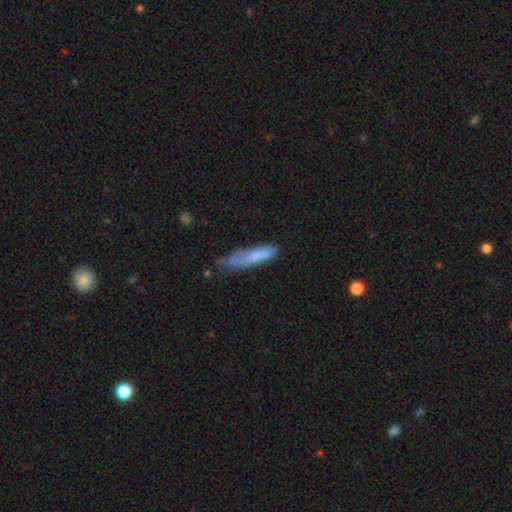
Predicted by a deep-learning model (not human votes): smooth 68%, featured or disk 24%, star or artifact 8%. Down the decision tree: how rounded — cigar-shaped (78%); merging — none (41%).